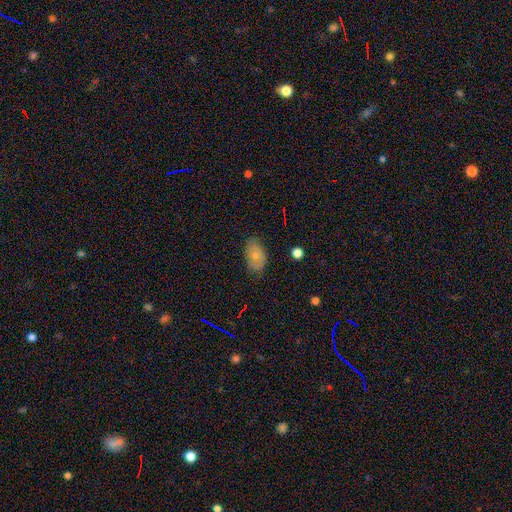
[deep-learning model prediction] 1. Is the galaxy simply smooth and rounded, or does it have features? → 65% smooth, 26% featured or disk, 9% star or artifact.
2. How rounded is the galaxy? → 90% in between, 8% round, 2% cigar-shaped.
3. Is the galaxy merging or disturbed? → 73% none, 21% minor disturbance, 4% major disturbance, 1% merger.